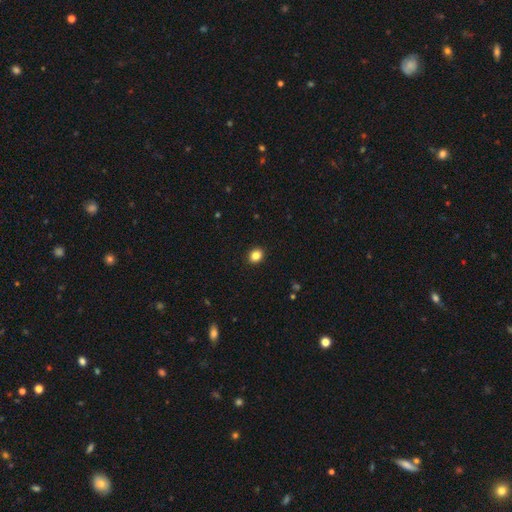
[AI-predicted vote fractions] Overall: smooth (85%). How rounded: round (65%; in between 34%). Merging: none (92%).